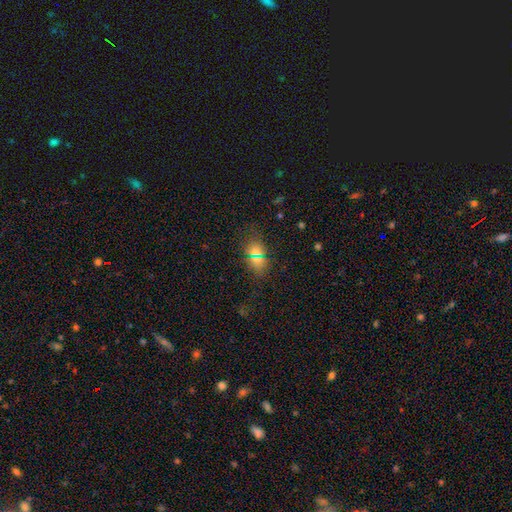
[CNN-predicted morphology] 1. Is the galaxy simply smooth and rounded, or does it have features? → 60% smooth, 28% star or artifact, 11% featured or disk.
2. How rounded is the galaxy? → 73% in between, 22% round, 5% cigar-shaped.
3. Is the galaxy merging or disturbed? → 78% none, 13% minor disturbance, 5% major disturbance, 4% merger.